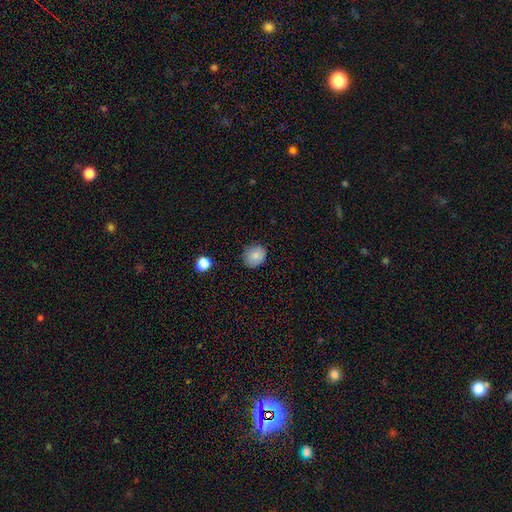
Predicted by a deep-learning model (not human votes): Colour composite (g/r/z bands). It shows a smooth galaxy with no disk features (82%) that is round (61%). Merging: none (78%).